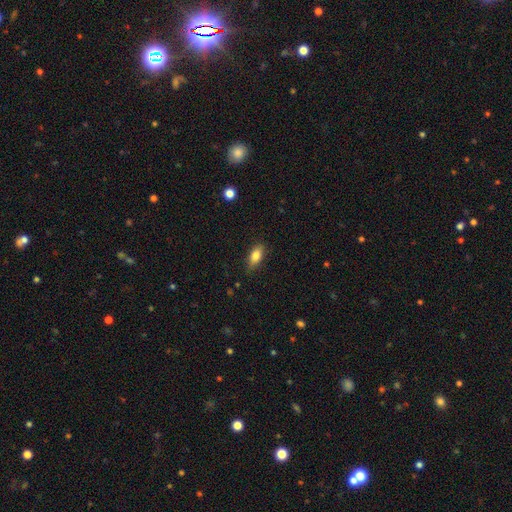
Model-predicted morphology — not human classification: This appears to be a smooth galaxy with no disk features (82%) that is in between round and cigar-shaped (83%). Merging: none (80%).